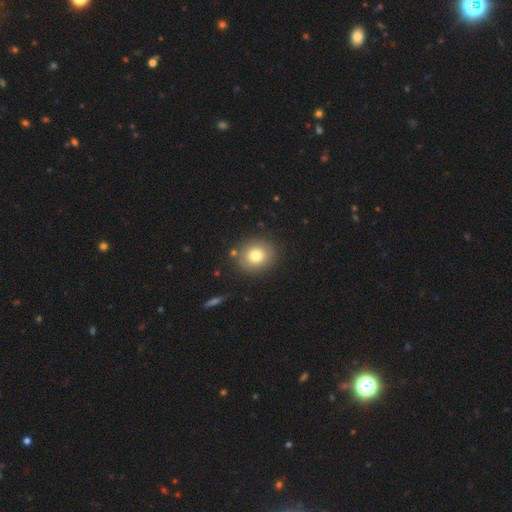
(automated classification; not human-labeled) Overall: smooth (78%). How rounded: round (77%). Merging: none (86%).